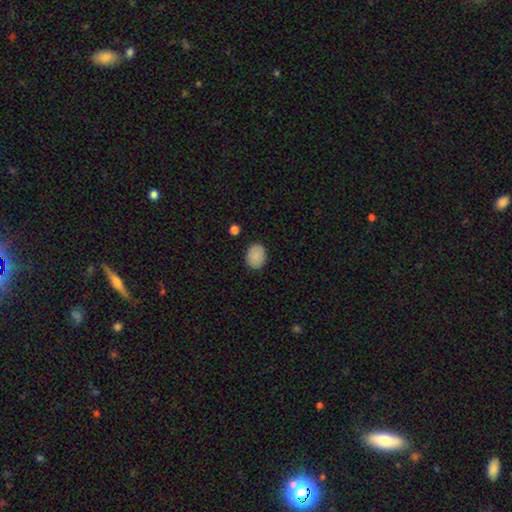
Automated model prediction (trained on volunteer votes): smooth-or-featured: smooth: 88% | star or artifact: 8% | featured or disk: 5%
  how-rounded: in between: 51% | round: 48% | cigar-shaped: 1%
  merging: none: 87% | minor disturbance: 9% | major disturbance: 2% | merger: 1%